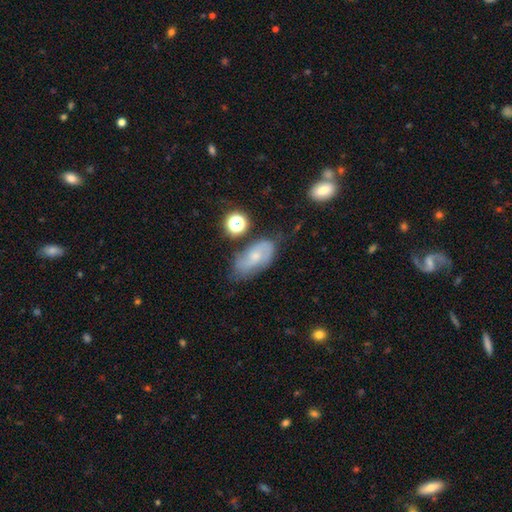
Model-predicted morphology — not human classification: Overall: featured or disk (58%; smooth 32%). Edge-on disk: no (93%). Bar: no (60%; weak 33%). Spiral arms: yes (84%). Bulge size: small (56%; moderate 35%). Merging: none (62%; minor disturbance 25%).